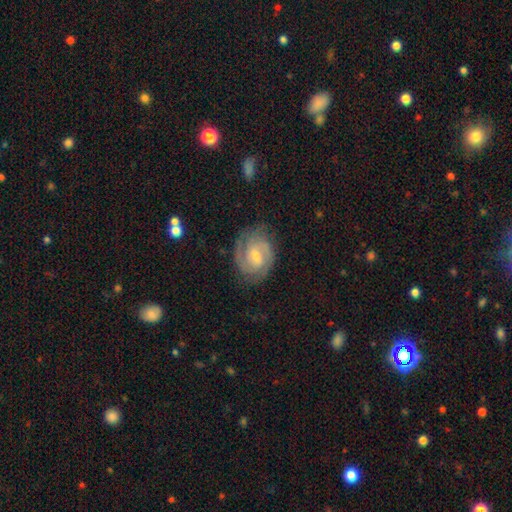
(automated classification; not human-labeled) The model was most divided on "bulge size": small: 54%, moderate: 40%, none: 3%, large: 2%, dominant: 1%. More confident: edge-on disk — no (98%); spiral arms — yes (97%); smooth or featured — featured or disk (85%); merging — none (79%); spiral arm count — 2 (73%); spiral winding — tight (56%); bar — weak (53%).